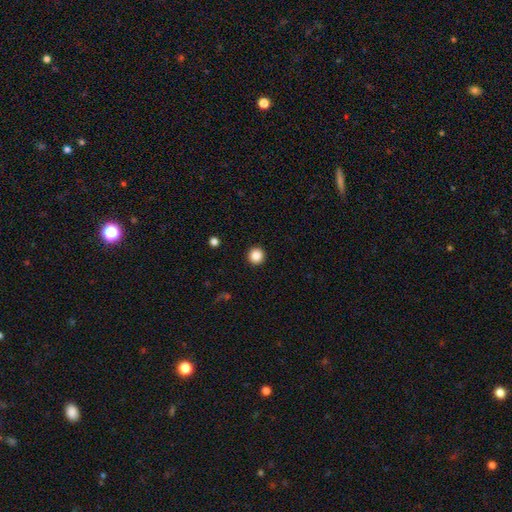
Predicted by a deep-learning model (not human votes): Smooth or featured? Predicted: smooth (p=0.87). How rounded? Predicted: round (p=0.95). Merging? Predicted: none (p=0.93).